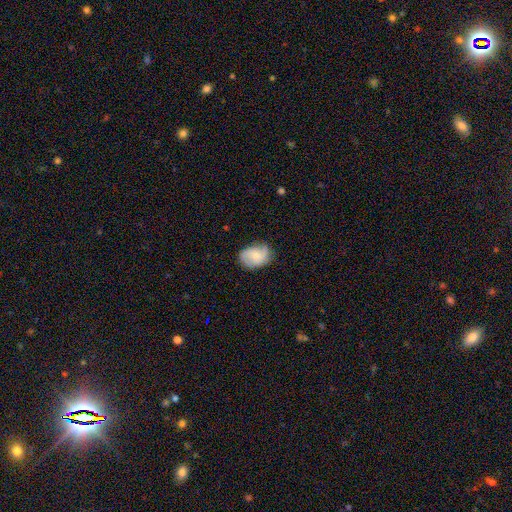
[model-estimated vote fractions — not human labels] smooth_or_featured: smooth (p=0.52) [alt: featured or disk p=0.41]
how_rounded: in between (p=0.74) [alt: round p=0.25]
merging: none (p=0.69) [alt: minor disturbance p=0.23]